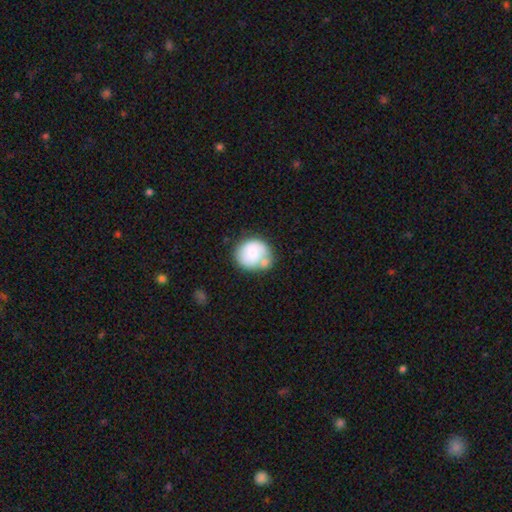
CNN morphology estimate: A smooth galaxy with no disk features (65%) that is round (76%).

Vote fractions:
- Smooth or featured? smooth: 65% / featured or disk: 28% / star or artifact: 7%
- How rounded? round: 76% / in between: 23% / cigar-shaped: 1%
- Merging? none: 45% / merger: 25% / minor disturbance: 22% / major disturbance: 8%